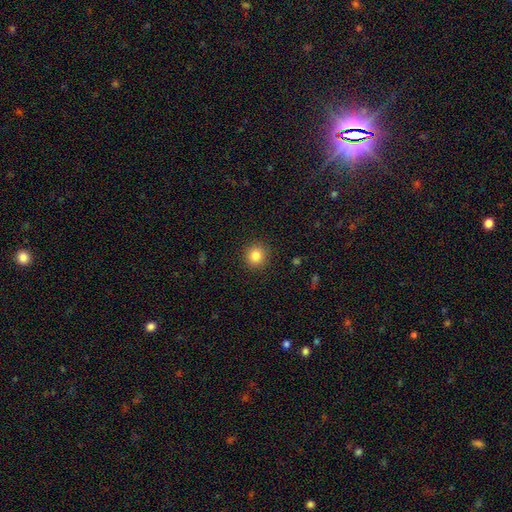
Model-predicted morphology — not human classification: smooth_or_featured: smooth (p=0.83) [alt: star or artifact p=0.11]
how_rounded: round (p=0.92) [alt: in between p=0.07]
merging: none (p=0.91) [alt: minor disturbance p=0.06]